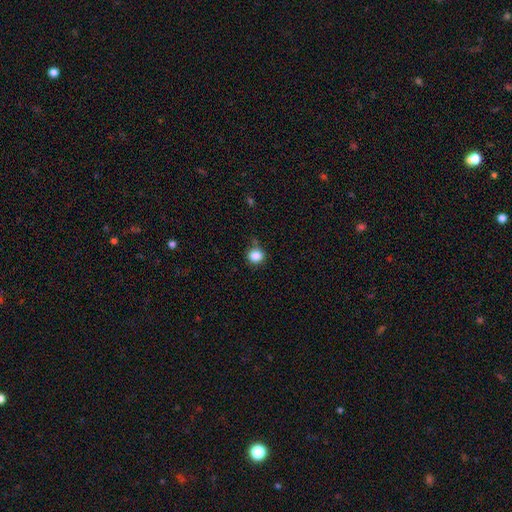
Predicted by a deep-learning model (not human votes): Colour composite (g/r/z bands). It shows a smooth galaxy with no disk features (85%) that is round (83%). Merging: none (78%).